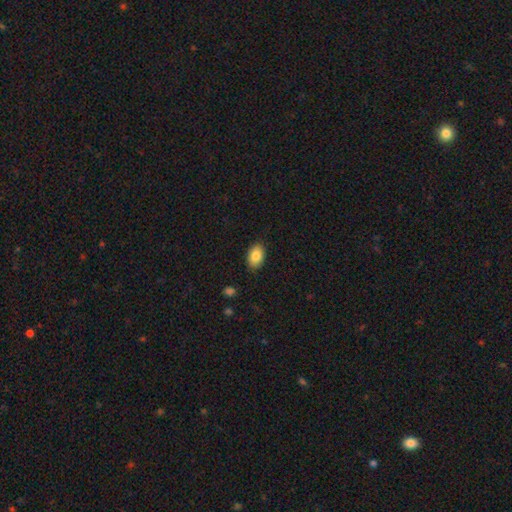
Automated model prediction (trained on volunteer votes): Q: Smooth or featured?
A: smooth (85%); runner-up: star or artifact (7%)
Q: How rounded?
A: in between (90%); runner-up: round (9%)
Q: Merging?
A: none (87%); runner-up: minor disturbance (10%)